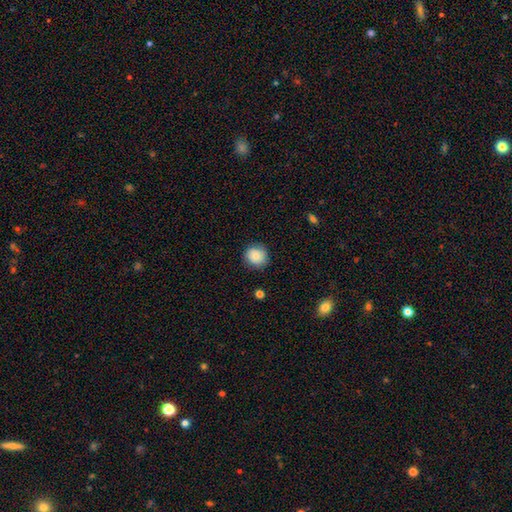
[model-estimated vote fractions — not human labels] A smooth galaxy with no disk features (83%) that is round (88%).

Vote fractions:
- Smooth or featured? smooth: 83% / star or artifact: 8% / featured or disk: 8%
- How rounded? round: 88% / in between: 11% / cigar-shaped: 1%
- Merging? none: 84% / minor disturbance: 12% / major disturbance: 3% / merger: 1%